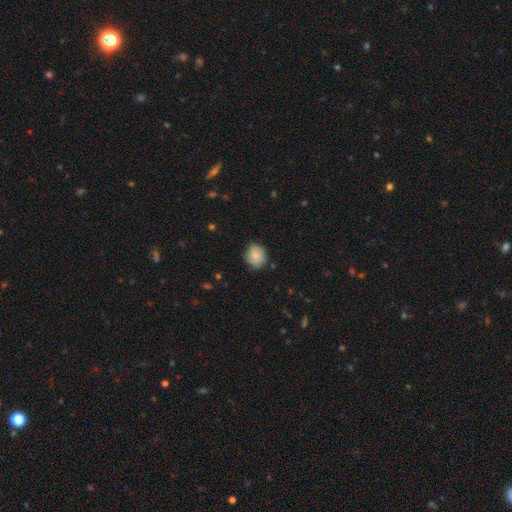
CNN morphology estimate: Smooth or featured? Predicted: smooth (p=0.82). How rounded? Predicted: round (p=0.73). Merging? Predicted: none (p=0.80).